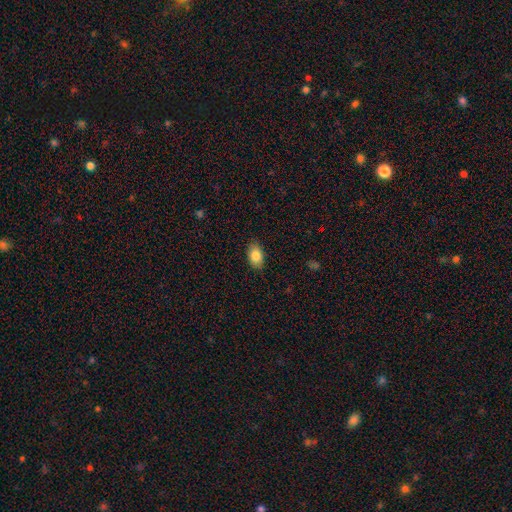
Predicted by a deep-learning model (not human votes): A smooth galaxy with no disk features (85%) that is in between round and cigar-shaped (87%). Merging: none (86%).